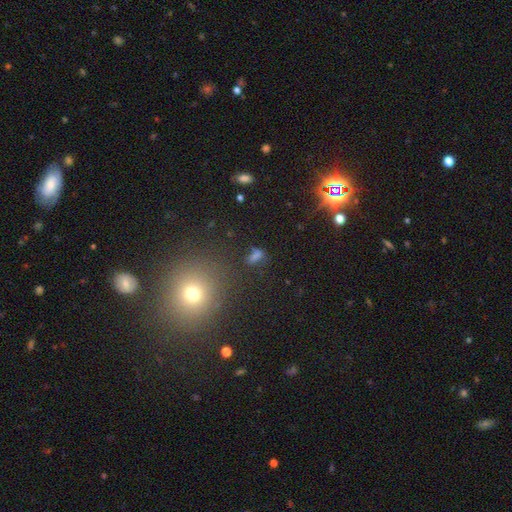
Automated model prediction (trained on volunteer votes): Smooth or featured? Predicted: smooth (p=0.52). How rounded? Predicted: in between (p=0.60). Merging? Predicted: none (p=0.69).